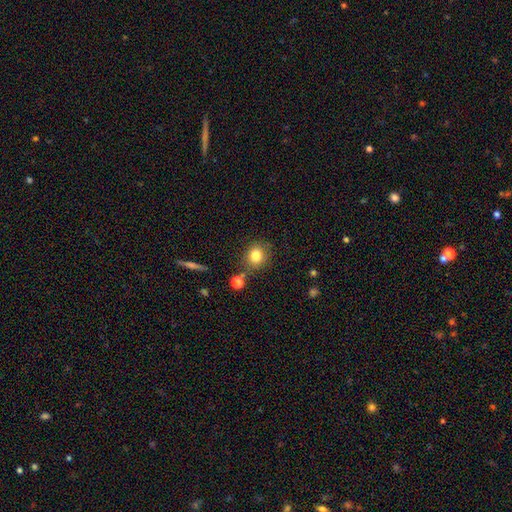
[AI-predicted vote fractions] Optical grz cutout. It shows a smooth galaxy with no disk features (81%) that is round (76%). Merging: none (77%).